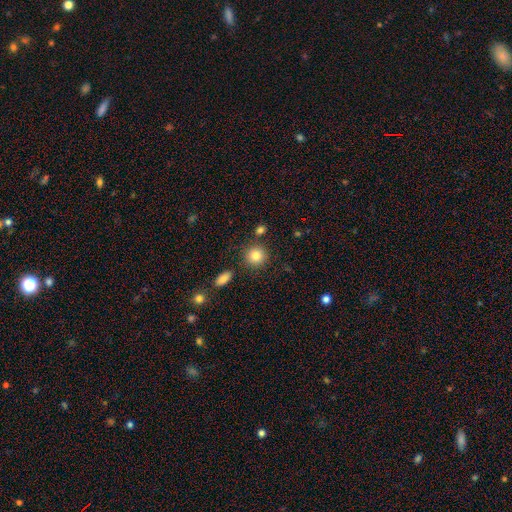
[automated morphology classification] Q: Smooth or featured?
A: smooth (84%); runner-up: star or artifact (10%)
Q: How rounded?
A: round (90%); runner-up: in between (9%)
Q: Merging?
A: none (83%); runner-up: minor disturbance (8%)